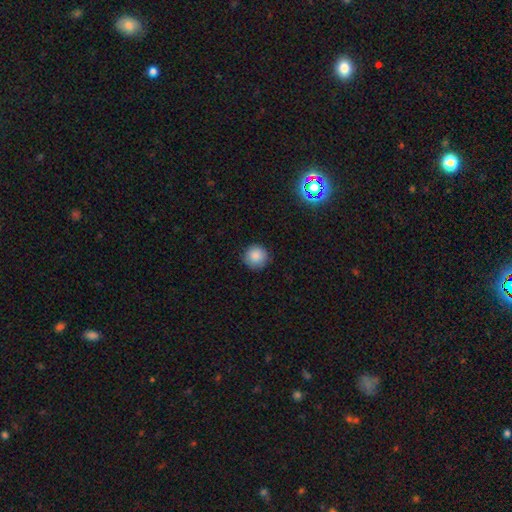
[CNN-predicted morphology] A smooth galaxy with no disk features (86%) that is round (95%).

Vote fractions:
- Smooth or featured? smooth: 86% / star or artifact: 9% / featured or disk: 5%
- How rounded? round: 95% / in between: 4% / cigar-shaped: 1%
- Merging? none: 87% / minor disturbance: 10% / major disturbance: 2% / merger: 1%